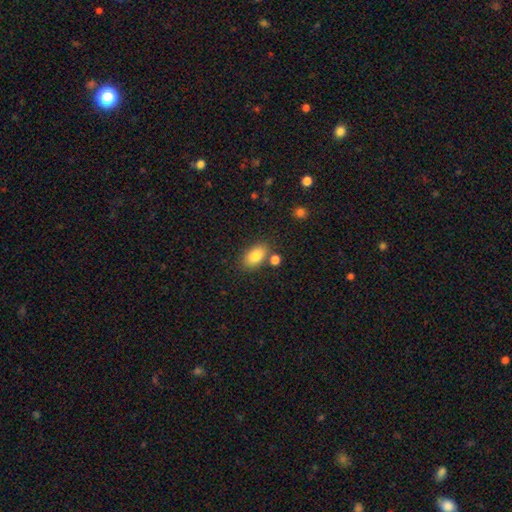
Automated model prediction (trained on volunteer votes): Smooth or featured: smooth — 83% (featured or disk — 9%)
How rounded: in between — 89% (round — 8%)
Merging: none — 75% (minor disturbance — 12%)